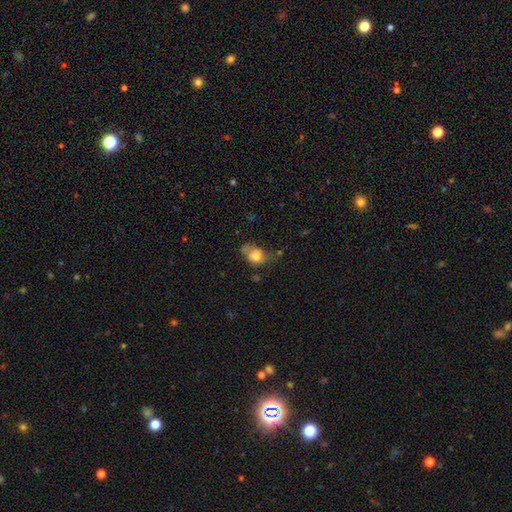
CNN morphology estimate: Smooth or featured? smooth (72%)
How rounded? in between (64%)
Merging? none (33%)